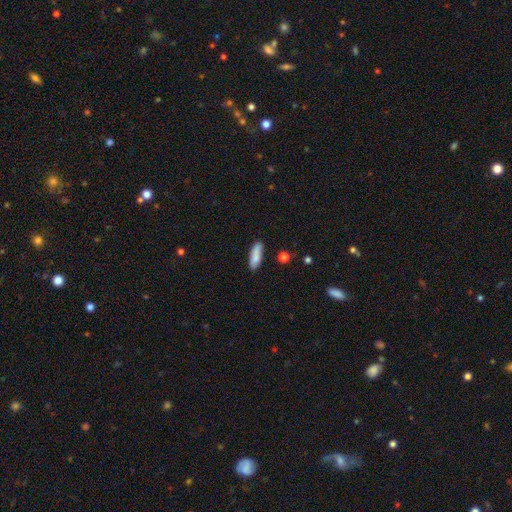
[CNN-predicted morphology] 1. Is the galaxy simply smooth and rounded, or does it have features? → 83% smooth, 10% featured or disk, 7% star or artifact.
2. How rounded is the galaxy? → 50% cigar-shaped, 48% in between, 2% round.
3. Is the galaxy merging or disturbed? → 82% none, 13% minor disturbance, 3% merger, 2% major disturbance.